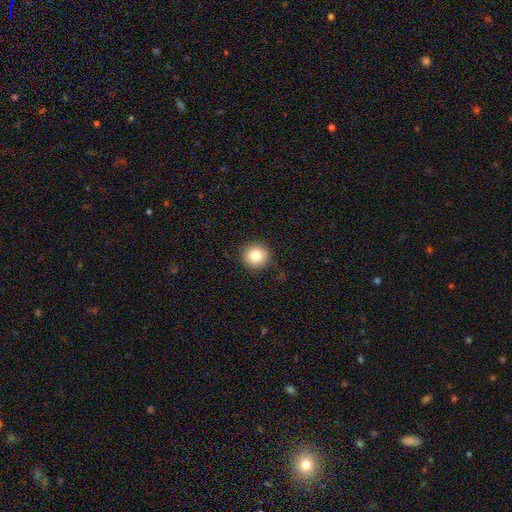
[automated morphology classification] A smooth galaxy with no disk features (80%) that is round (94%).

Vote fractions:
- Smooth or featured? smooth: 80% / star or artifact: 11% / featured or disk: 9%
- How rounded? round: 94% / in between: 5% / cigar-shaped: 1%
- Merging? none: 90% / minor disturbance: 7% / major disturbance: 2% / merger: 1%